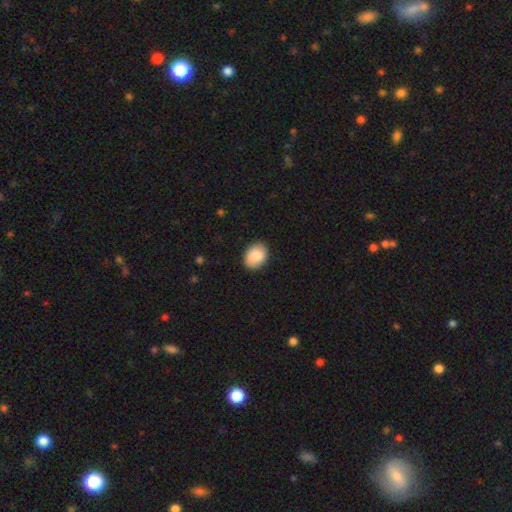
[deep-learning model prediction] The model was most divided on "how rounded": in between: 66%, round: 33%, cigar-shaped: 1%. More confident: smooth or featured — smooth (87%); merging — none (85%).